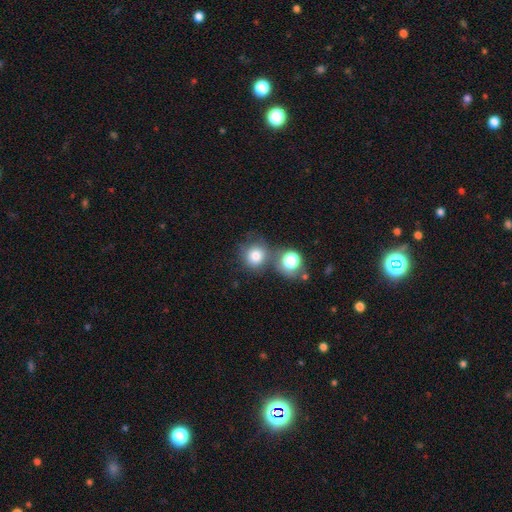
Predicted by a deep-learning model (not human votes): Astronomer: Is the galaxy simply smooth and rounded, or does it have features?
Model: smooth — 78%.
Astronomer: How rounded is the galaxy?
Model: round — 88%.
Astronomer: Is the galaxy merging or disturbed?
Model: none — 59%.